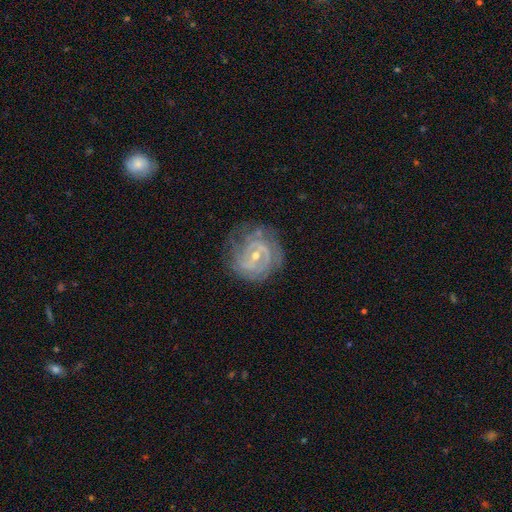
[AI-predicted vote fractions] Q: Smooth or featured?
A: featured or disk (84%); runner-up: smooth (9%)
Q: Edge-on disk?
A: no (97%); runner-up: yes (3%)
Q: Bar?
A: weak (46%); runner-up: no (34%)
Q: Spiral arms?
A: yes (93%); runner-up: no (7%)
Q: Spiral winding?
A: tight (67%); runner-up: medium (27%)
Q: Spiral arm count?
A: 2 (41%); runner-up: can't tell (27%)
Q: Bulge size?
A: small (61%); runner-up: moderate (36%)
Q: Merging?
A: none (73%); runner-up: minor disturbance (17%)